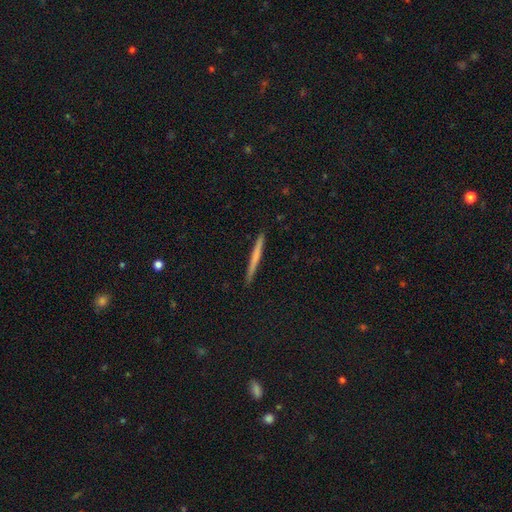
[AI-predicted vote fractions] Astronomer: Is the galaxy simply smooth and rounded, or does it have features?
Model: smooth — 57% (runner-up: featured or disk, 36%).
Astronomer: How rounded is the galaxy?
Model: cigar-shaped — 97%.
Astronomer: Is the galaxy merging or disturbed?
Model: none — 92%.